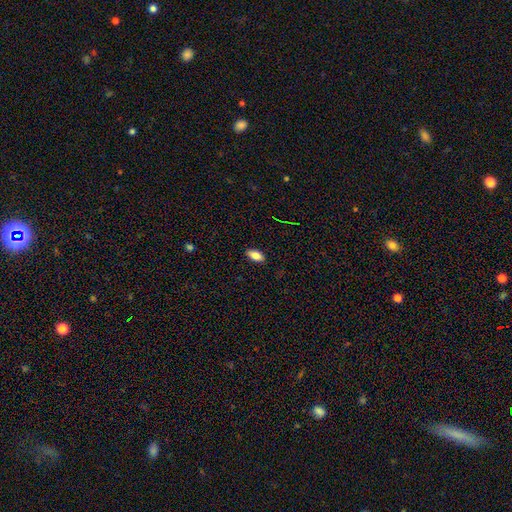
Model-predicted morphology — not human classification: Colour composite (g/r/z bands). It shows a smooth galaxy with no disk features (82%) that is in between round and cigar-shaped (89%). Merging: none (88%).